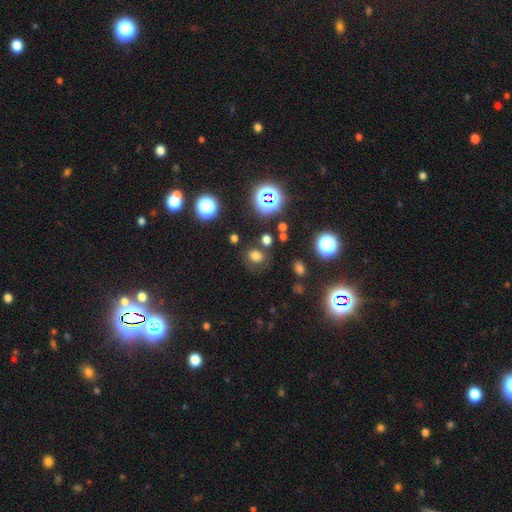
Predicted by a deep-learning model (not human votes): Smooth or featured? Predicted: smooth (p=0.68). How rounded? Predicted: round (p=0.59). Merging? Predicted: none (p=0.76).